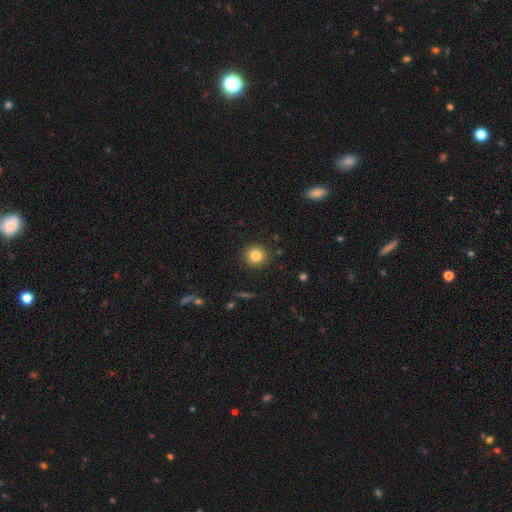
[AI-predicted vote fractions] Smooth or featured: smooth — 83% (star or artifact — 10%)
How rounded: round — 93% (in between — 6%)
Merging: none — 90% (minor disturbance — 6%)